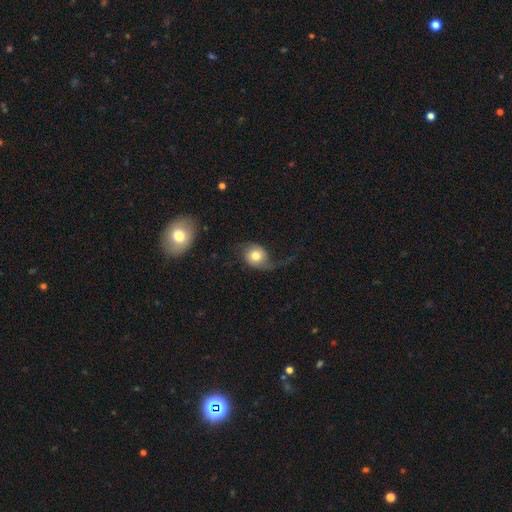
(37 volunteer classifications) A smooth galaxy with no disk features (59%) that is in between round and cigar-shaped (59%). Merging: major disturbance (56%).